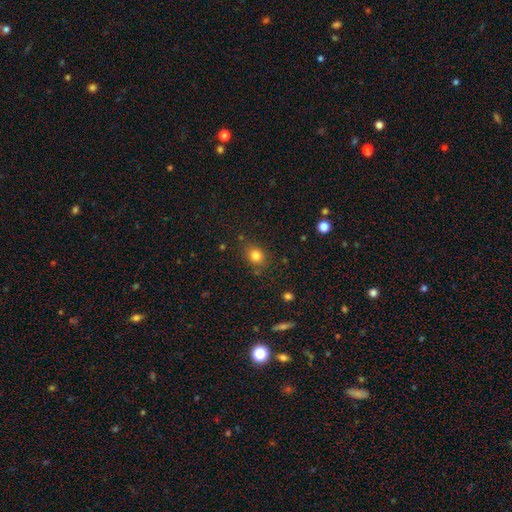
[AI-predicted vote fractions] smooth-or-featured: smooth: 81% | star or artifact: 13% | featured or disk: 6%
  how-rounded: round: 63% | in between: 36% | cigar-shaped: 1%
  merging: none: 81% | minor disturbance: 13% | major disturbance: 4% | merger: 3%